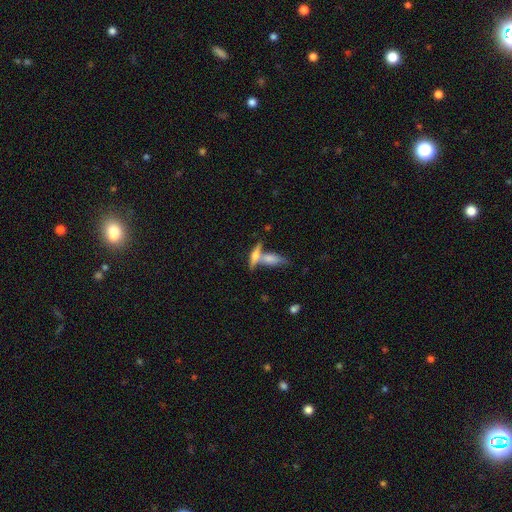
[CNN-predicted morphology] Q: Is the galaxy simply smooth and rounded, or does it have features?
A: featured or disk — 49%.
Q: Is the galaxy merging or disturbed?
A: none — 47%.